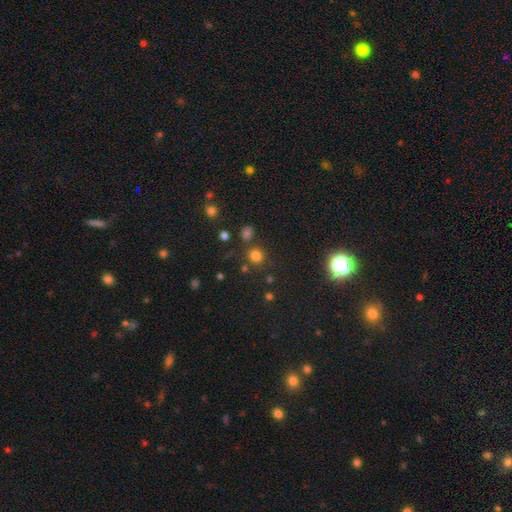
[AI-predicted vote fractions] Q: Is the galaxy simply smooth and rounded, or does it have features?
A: smooth — 75%.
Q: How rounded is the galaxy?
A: round — 89%.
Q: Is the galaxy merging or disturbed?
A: none — 78%.